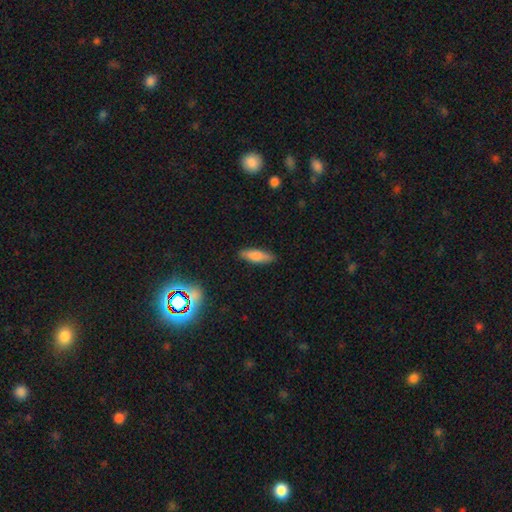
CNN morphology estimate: Q: Smooth or featured?
A: smooth (79%); runner-up: featured or disk (14%)
Q: How rounded?
A: in between (49%); tied with: cigar-shaped (49%)
Q: Merging?
A: none (86%); runner-up: minor disturbance (11%)